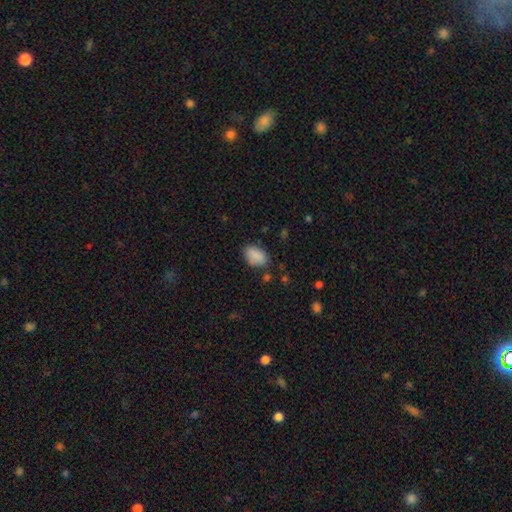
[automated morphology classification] Smooth or featured? Predicted: smooth (p=0.88). How rounded? Predicted: in between (p=0.89). Merging? Predicted: none (p=0.76).